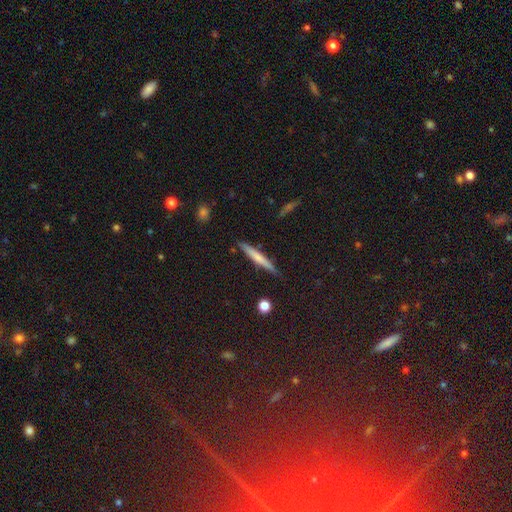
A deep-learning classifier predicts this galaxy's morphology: This appears to be a smooth galaxy with no disk features (52%) that is cigar-shaped (93%). Merging: none (88%).